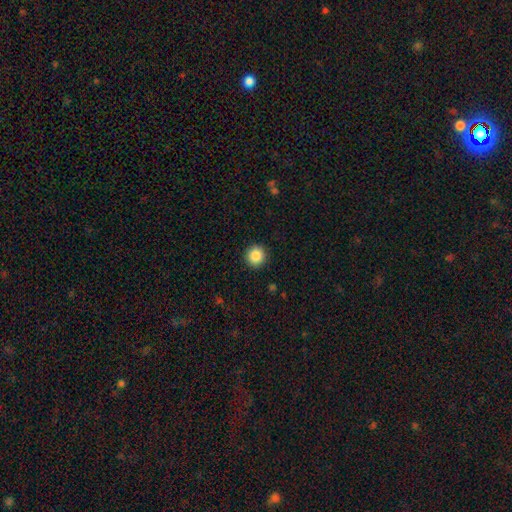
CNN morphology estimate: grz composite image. It shows a smooth galaxy with no disk features (87%) that is round (94%). Merging: none (92%).